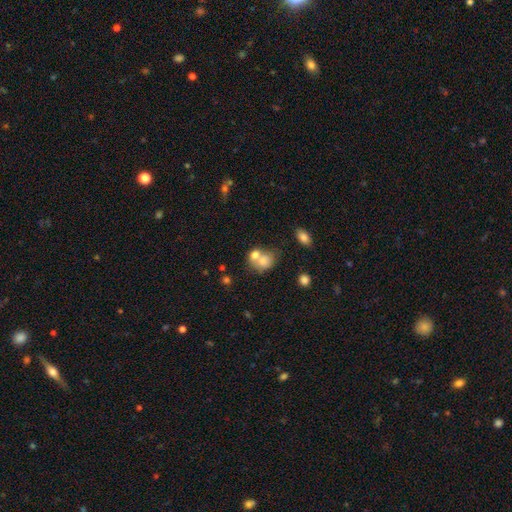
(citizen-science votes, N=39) smooth-or-featured: smooth: 69% | featured or disk: 23% | star or artifact: 8%
  how-rounded: in between: 52% | round: 44% | cigar-shaped: 4%
  merging: merger: 56% | none: 28% | minor disturbance: 11% | major disturbance: 6%